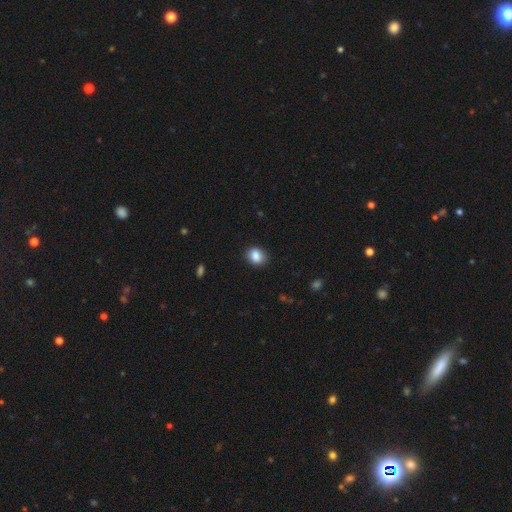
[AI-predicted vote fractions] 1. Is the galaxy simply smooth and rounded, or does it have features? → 86% smooth, 9% star or artifact, 5% featured or disk.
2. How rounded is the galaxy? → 50% in between, 49% round, 1% cigar-shaped.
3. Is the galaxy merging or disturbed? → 85% none, 11% minor disturbance, 3% major disturbance, 1% merger.